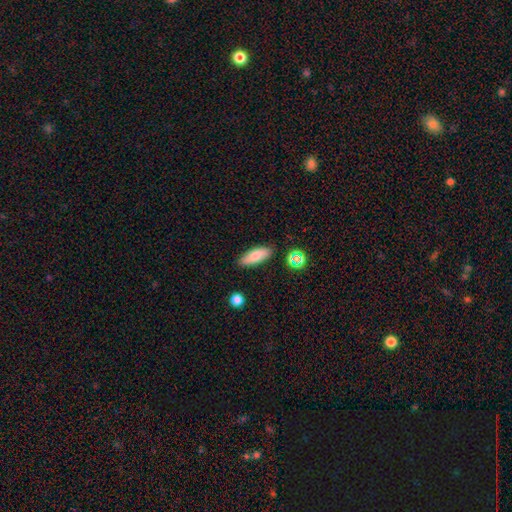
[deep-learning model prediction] Smooth or featured? Predicted: smooth (p=0.77). How rounded? Predicted: in between (p=0.70). Merging? Predicted: none (p=0.85).